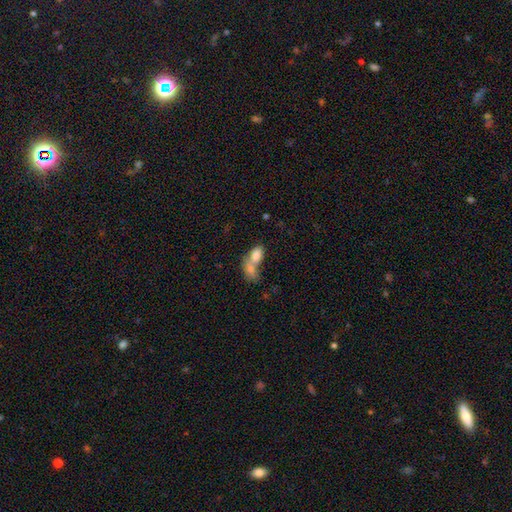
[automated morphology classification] Q: Smooth or featured?
A: smooth (79%); runner-up: featured or disk (13%)
Q: How rounded?
A: in between (87%); runner-up: round (10%)
Q: Merging?
A: merger (73%); runner-up: none (16%)